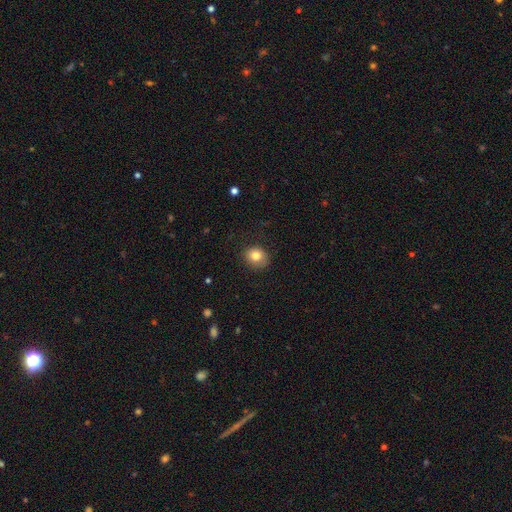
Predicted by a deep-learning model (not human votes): Q: Smooth or featured?
A: smooth (81%); runner-up: star or artifact (10%)
Q: How rounded?
A: round (74%); runner-up: in between (25%)
Q: Merging?
A: none (83%); runner-up: minor disturbance (13%)